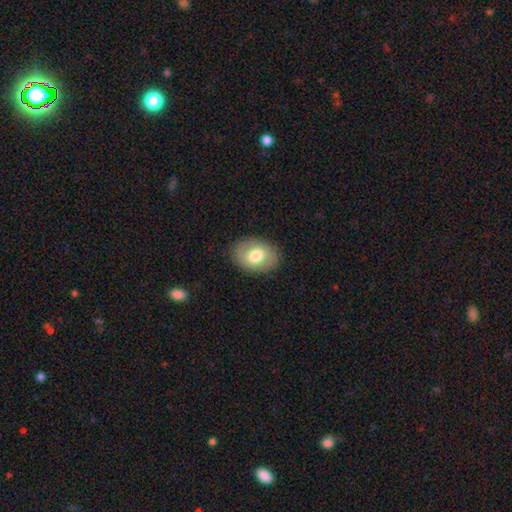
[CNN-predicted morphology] Q: Smooth or featured?
A: smooth (72%); runner-up: featured or disk (21%)
Q: How rounded?
A: in between (76%); runner-up: round (23%)
Q: Merging?
A: none (86%); runner-up: minor disturbance (10%)